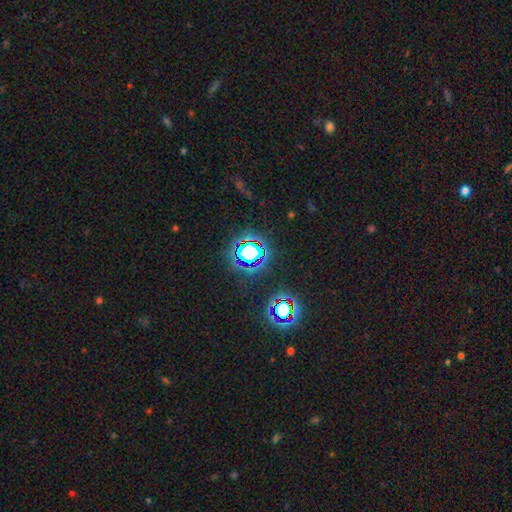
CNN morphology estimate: Smooth or featured: star or artifact — 81% (smooth — 11%)